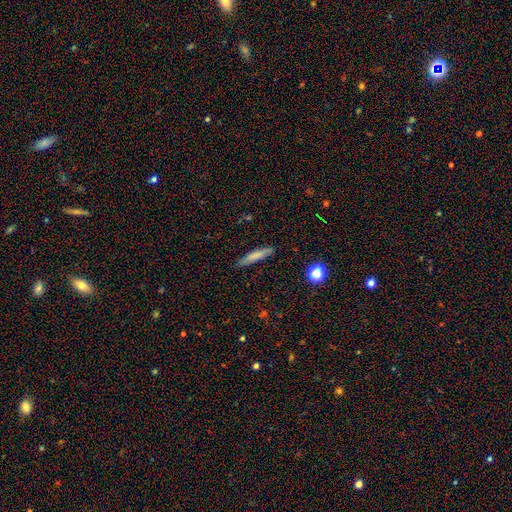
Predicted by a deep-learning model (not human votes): smooth 74%, featured or disk 17%, star or artifact 8%. Down the decision tree: how rounded — cigar-shaped (91%); merging — none (87%).